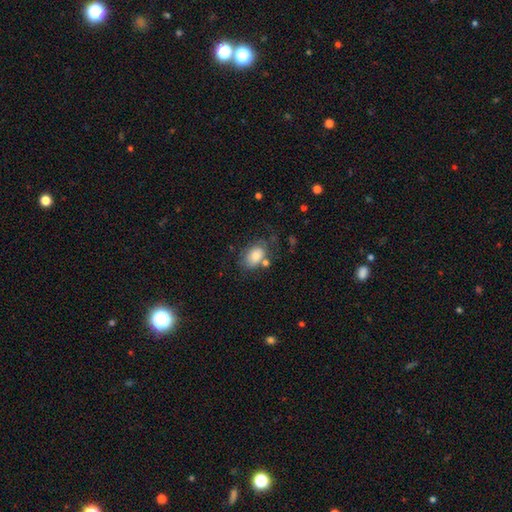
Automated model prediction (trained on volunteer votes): This appears to be a smooth galaxy with no disk features (79%) that is in between round and cigar-shaped (84%). Merging: none (54%).